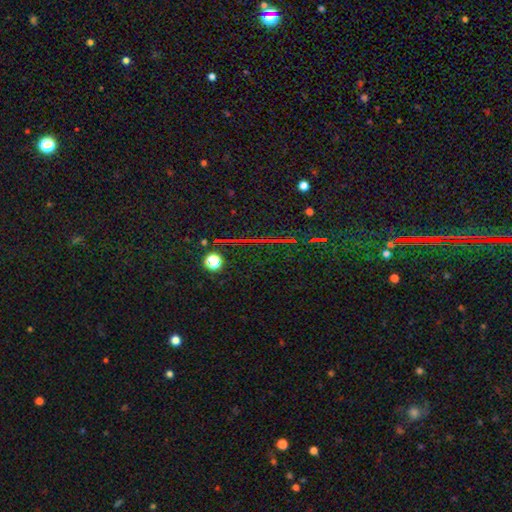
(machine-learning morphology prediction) The model was most divided on "smooth or featured": star or artifact: 83%, smooth: 9%, featured or disk: 8%.